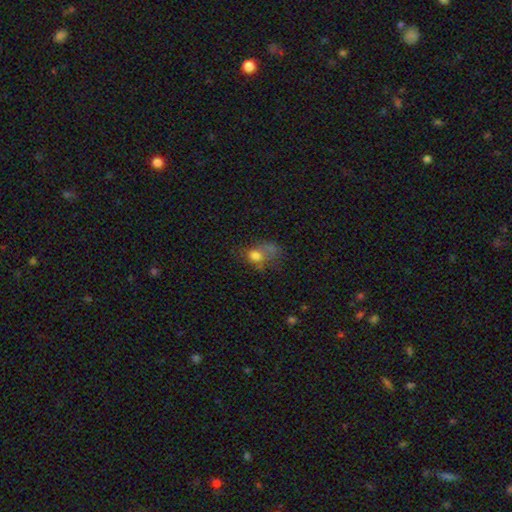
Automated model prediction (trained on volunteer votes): Smooth or featured? smooth (63%)
How rounded? in between (68%)
Merging? major disturbance (43%)